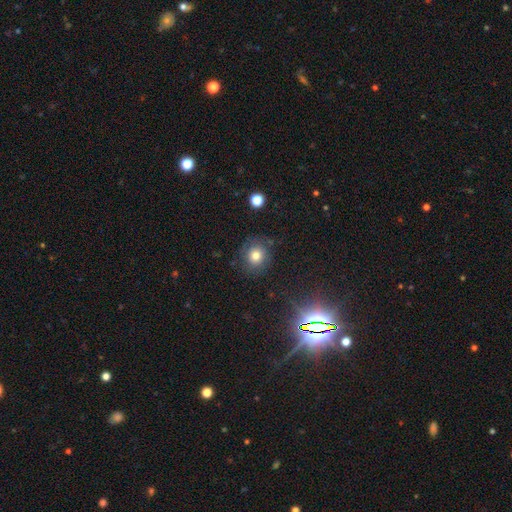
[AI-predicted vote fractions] Smooth or featured: smooth — 71% (star or artifact — 16%)
How rounded: round — 88% (in between — 11%)
Merging: none — 80% (minor disturbance — 13%)